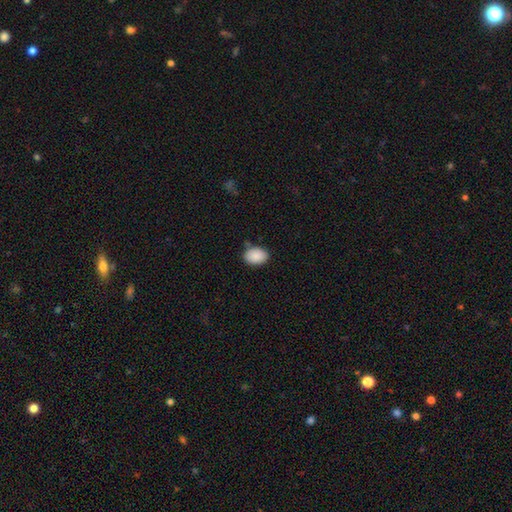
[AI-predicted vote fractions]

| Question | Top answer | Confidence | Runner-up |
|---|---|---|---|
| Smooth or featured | smooth | 90% | star or artifact (7%) |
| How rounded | in between | 79% | round (20%) |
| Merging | none | 80% | minor disturbance (14%) |